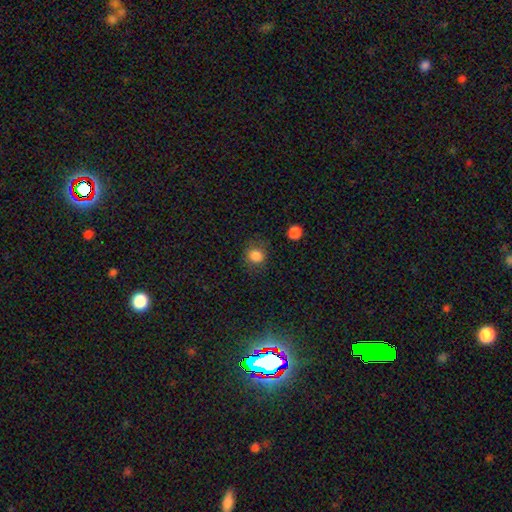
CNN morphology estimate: Smooth or featured? smooth (84%)
How rounded? round (85%)
Merging? none (78%)